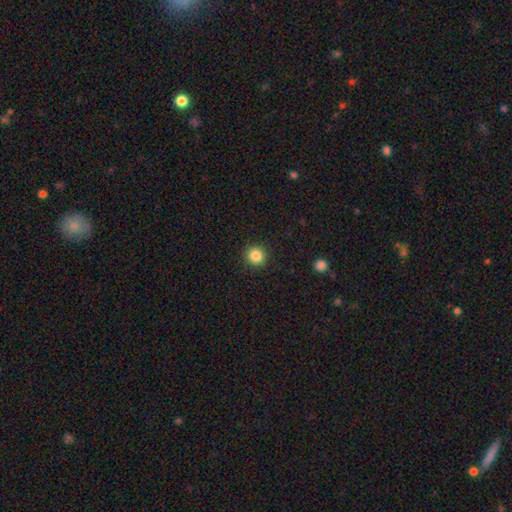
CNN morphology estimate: This is clearly a smooth galaxy (85%). How rounded: clearly round (93%). Merging: clearly none (92%).